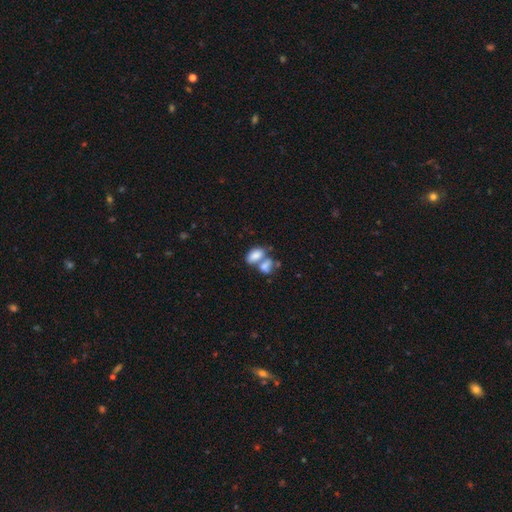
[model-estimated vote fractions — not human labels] smooth 80%, featured or disk 12%, star or artifact 8%. Down the decision tree: how rounded — in between (92%); merging — merger (61%).